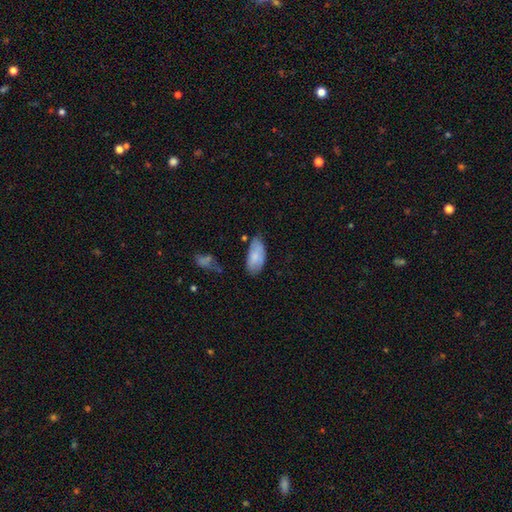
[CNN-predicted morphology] This is likely a smooth galaxy (78%). How rounded: clearly in between (93%). Merging: possibly none (55%).